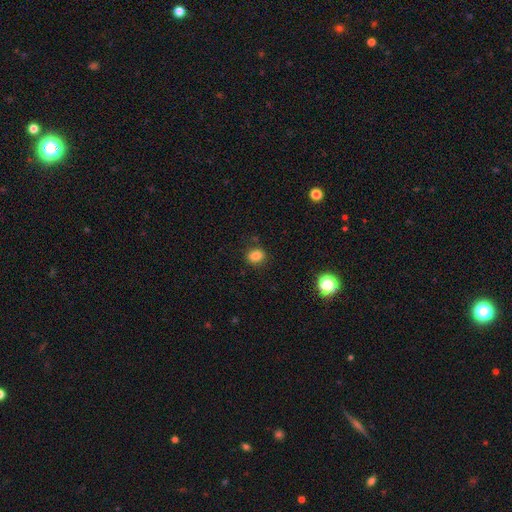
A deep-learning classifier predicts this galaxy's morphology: Smooth or featured: smooth — 84% (star or artifact — 12%)
How rounded: in between — 56% (round — 42%)
Merging: none — 83% (minor disturbance — 11%)